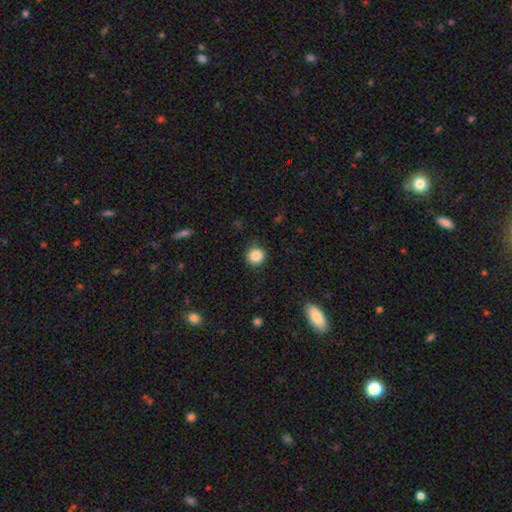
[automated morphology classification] A smooth galaxy with no disk features (87%) that is round (93%).

Vote fractions:
- Smooth or featured? smooth: 87% / star or artifact: 10% / featured or disk: 3%
- How rounded? round: 93% / in between: 6% / cigar-shaped: 1%
- Merging? none: 89% / minor disturbance: 8% / major disturbance: 3% / merger: 1%